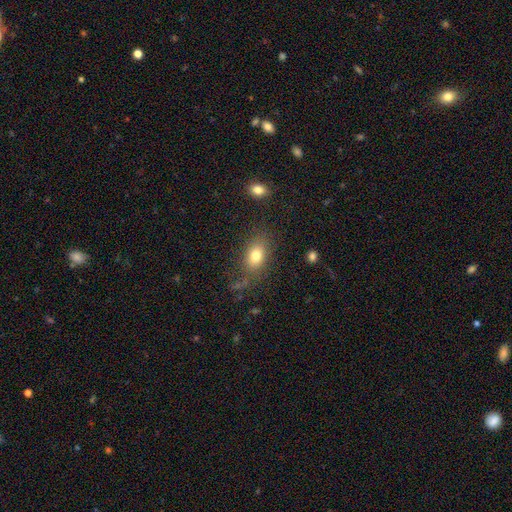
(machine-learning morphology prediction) smooth_or_featured: smooth (p=0.79) [alt: featured or disk p=0.11]
how_rounded: in between (p=0.81) [alt: round p=0.16]
merging: none (p=0.74) [alt: minor disturbance p=0.16]